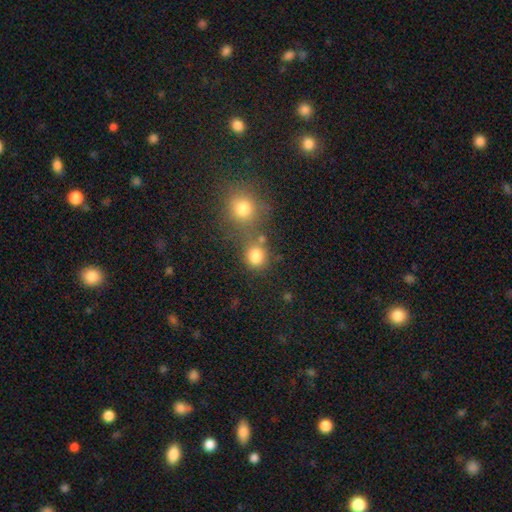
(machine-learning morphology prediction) A smooth galaxy with no disk features (81%) that is round (76%). Merging: none (53%).